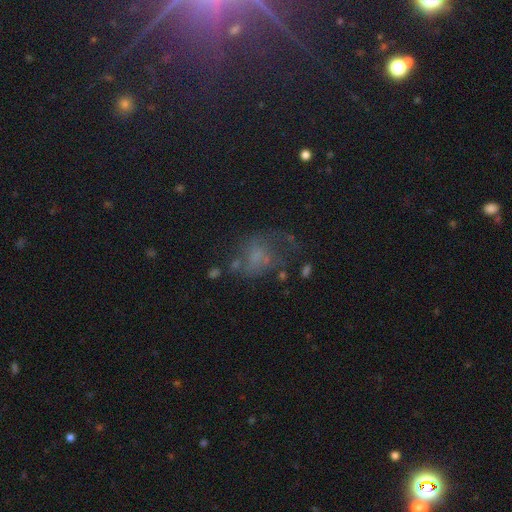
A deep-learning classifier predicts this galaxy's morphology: This appears to be a featured or disk galaxy (38%, tied with smooth). Merging: none (36%).